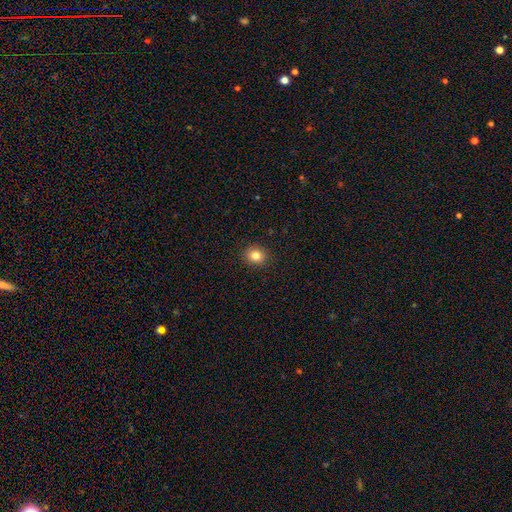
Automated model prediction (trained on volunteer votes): A smooth galaxy with no disk features (82%) that is round (74%).

Vote fractions:
- Smooth or featured? smooth: 82% / star or artifact: 11% / featured or disk: 6%
- How rounded? round: 74% / in between: 25% / cigar-shaped: 1%
- Merging? none: 92% / minor disturbance: 6% / major disturbance: 2% / merger: 1%